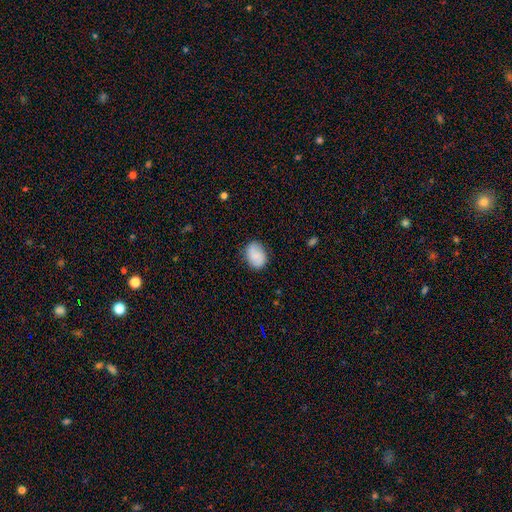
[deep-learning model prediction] Q: Smooth or featured?
A: smooth (79%); runner-up: featured or disk (13%)
Q: How rounded?
A: in between (72%); runner-up: round (27%)
Q: Merging?
A: none (81%); runner-up: minor disturbance (14%)